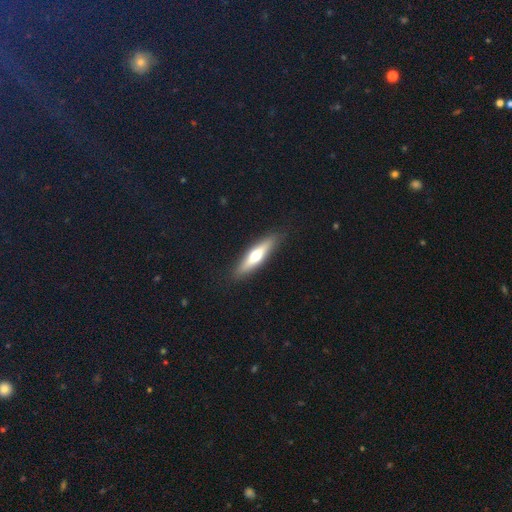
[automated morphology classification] smooth_or_featured: featured or disk (p=0.50) [alt: smooth p=0.44]
disk_edge_on: yes (p=0.91) [alt: no p=0.09]
merging: none (p=0.89) [alt: minor disturbance p=0.08]